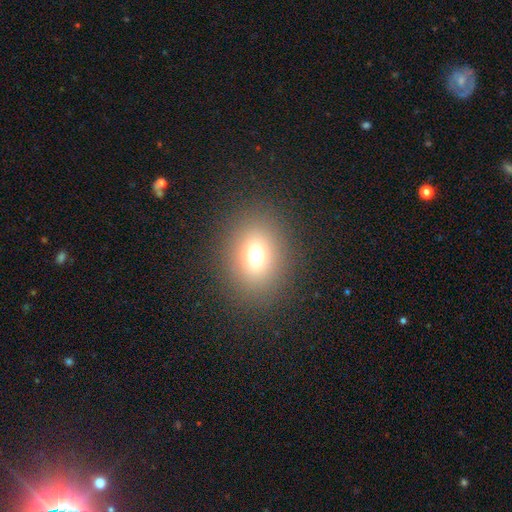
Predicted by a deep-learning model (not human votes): This appears to be a smooth galaxy with no disk features (69%) that is round (56%). Merging: none (86%).